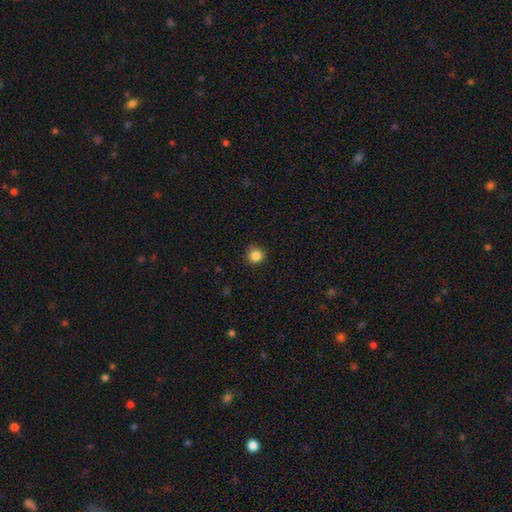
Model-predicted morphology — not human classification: A smooth galaxy with no disk features (85%) that is round (92%).

Vote fractions:
- Smooth or featured? smooth: 85% / star or artifact: 11% / featured or disk: 3%
- How rounded? round: 92% / in between: 7% / cigar-shaped: 1%
- Merging? none: 89% / minor disturbance: 8% / major disturbance: 2% / merger: 1%